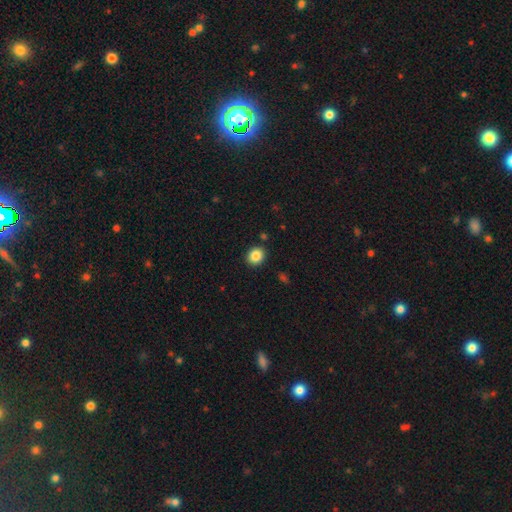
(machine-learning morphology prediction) Q: Smooth or featured?
A: smooth (86%); runner-up: star or artifact (10%)
Q: How rounded?
A: round (73%); runner-up: in between (26%)
Q: Merging?
A: none (90%); runner-up: minor disturbance (7%)